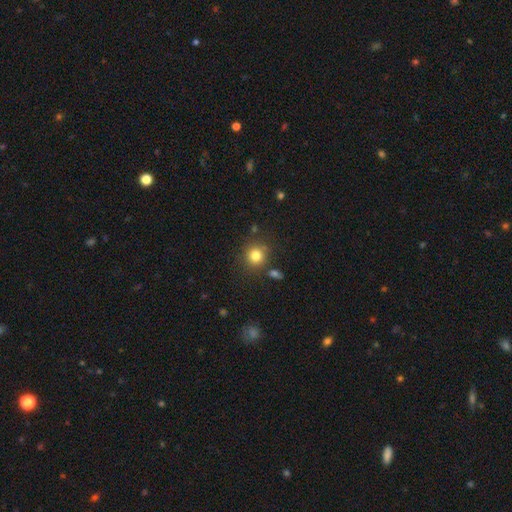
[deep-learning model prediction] This is clearly a smooth galaxy (80%). How rounded: clearly round (90%). Merging: clearly none (82%).